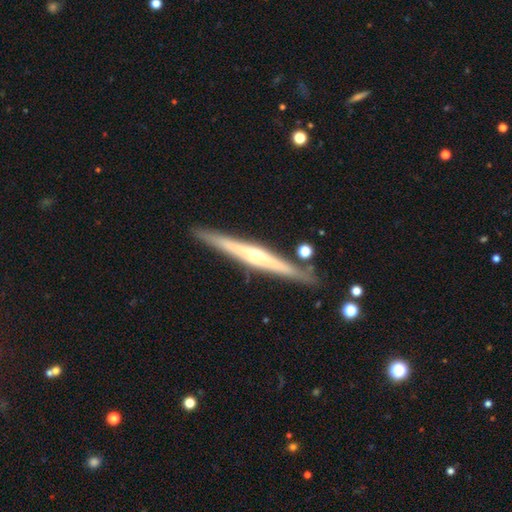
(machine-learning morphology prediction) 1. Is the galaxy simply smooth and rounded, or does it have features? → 77% featured or disk, 18% smooth, 6% star or artifact.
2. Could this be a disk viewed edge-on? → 97% yes, 3% no.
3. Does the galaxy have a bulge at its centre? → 80% rounded, 14% none, 5% boxy.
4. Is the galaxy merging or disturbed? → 88% none, 8% minor disturbance, 3% merger, 2% major disturbance.